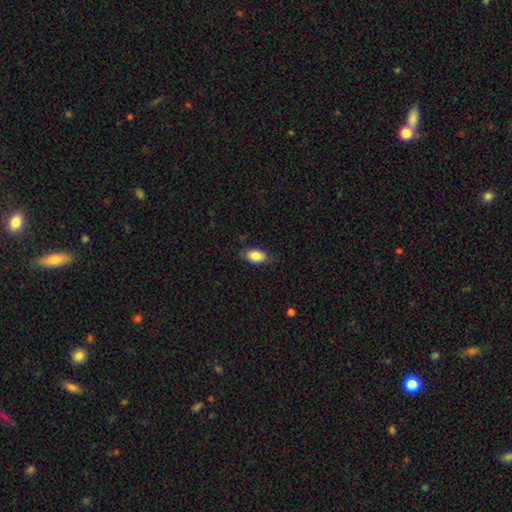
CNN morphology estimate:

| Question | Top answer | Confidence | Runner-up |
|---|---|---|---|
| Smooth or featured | smooth | 85% | featured or disk (8%) |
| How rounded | in between | 91% | round (6%) |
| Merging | none | 82% | minor disturbance (14%) |